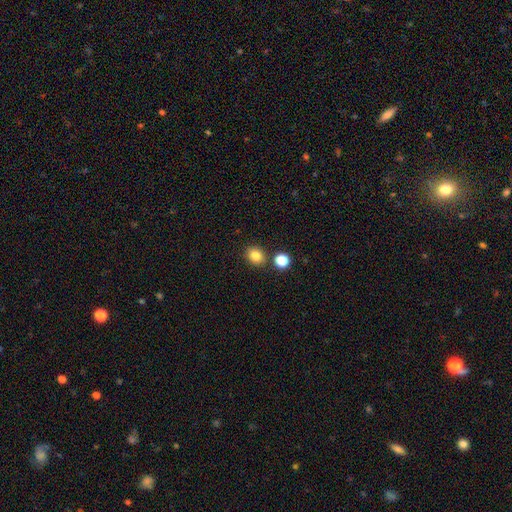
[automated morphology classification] A smooth galaxy with no disk features (83%) that is round (60%).

Vote fractions:
- Smooth or featured? smooth: 83% / star or artifact: 12% / featured or disk: 5%
- How rounded? round: 60% / in between: 39% / cigar-shaped: 1%
- Merging? none: 81% / minor disturbance: 8% / merger: 8% / major disturbance: 2%